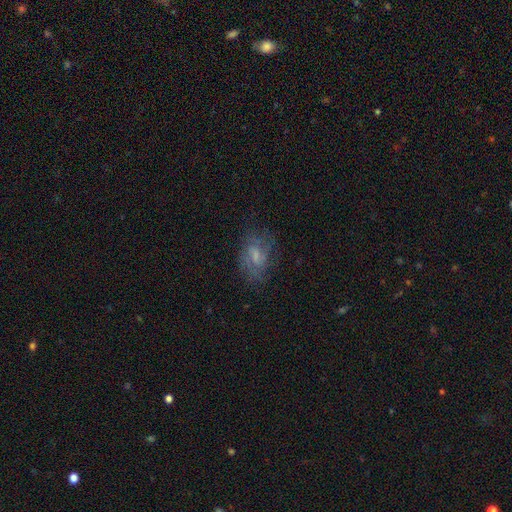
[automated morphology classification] Smooth or featured: featured or disk — 58% (smooth — 31%)
Edge-on disk: no — 95% (yes — 5%)
Bar: weak — 53% (no — 33%)
Spiral arms: yes — 76% (no — 24%)
Bulge size: small — 39% (moderate — 30%)
Merging: none — 64% (minor disturbance — 21%)